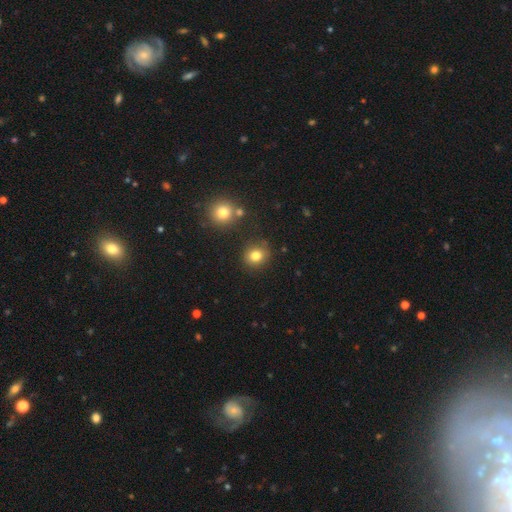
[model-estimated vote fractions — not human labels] This is clearly a smooth galaxy (80%). How rounded: clearly round (81%). Merging: clearly none (84%).